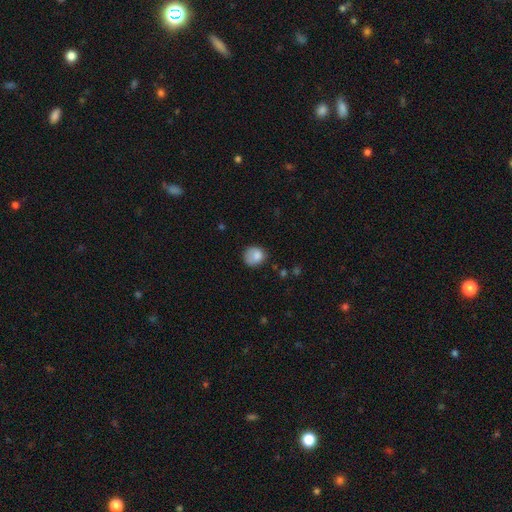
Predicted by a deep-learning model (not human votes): smooth_or_featured: smooth (p=0.82) [alt: star or artifact p=0.09]
how_rounded: round (p=0.75) [alt: in between p=0.24]
merging: none (p=0.62) [alt: minor disturbance p=0.25]